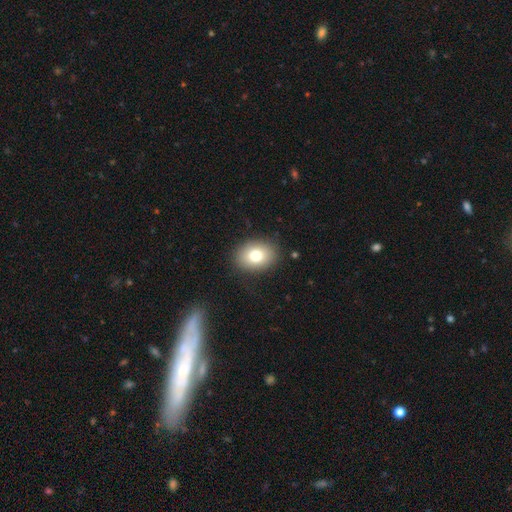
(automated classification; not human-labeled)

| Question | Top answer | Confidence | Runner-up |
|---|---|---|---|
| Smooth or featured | smooth | 76% | featured or disk (14%) |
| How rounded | in between | 66% | round (33%) |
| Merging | none | 87% | minor disturbance (9%) |